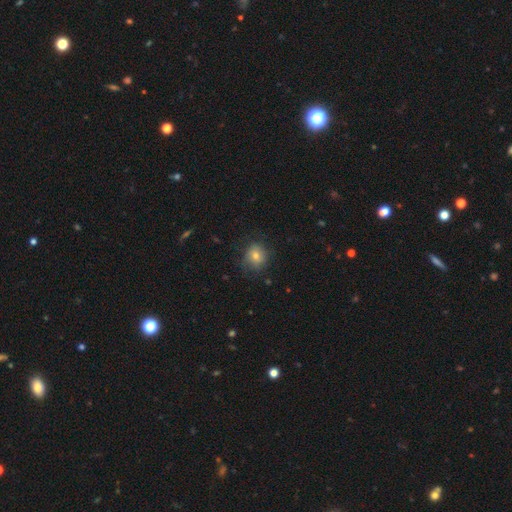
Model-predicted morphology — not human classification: Smooth or featured?
  - smooth: 68% *
  - featured or disk: 18%
  - star or artifact: 14%
How rounded?
  - round: 81% *
  - in between: 18%
  - cigar-shaped: 1%
Merging?
  - none: 77% *
  - minor disturbance: 16%
  - major disturbance: 6%
  - merger: 1%